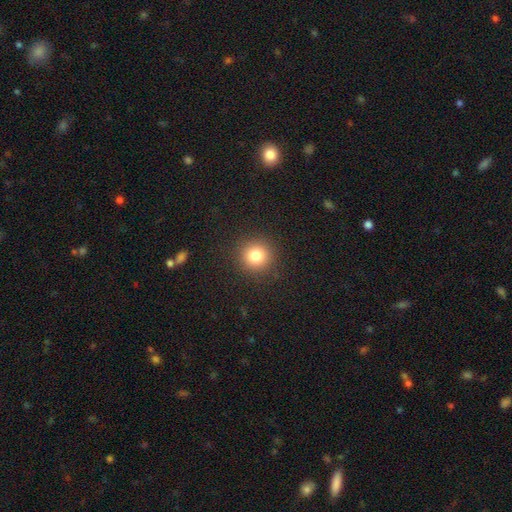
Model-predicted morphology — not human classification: smooth 81%, star or artifact 12%, featured or disk 6%. Down the decision tree: how rounded — round (94%); merging — none (91%).